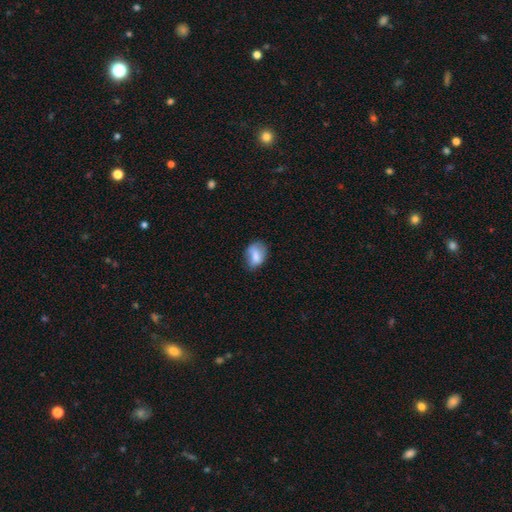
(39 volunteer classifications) A smooth galaxy with no disk features (67%) that is in between round and cigar-shaped (69%). Merging: none (39%).